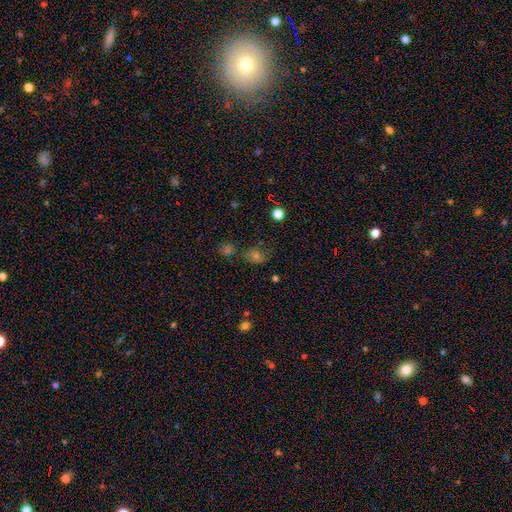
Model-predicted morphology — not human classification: A smooth galaxy with no disk features (47%). Merging: none (57%).